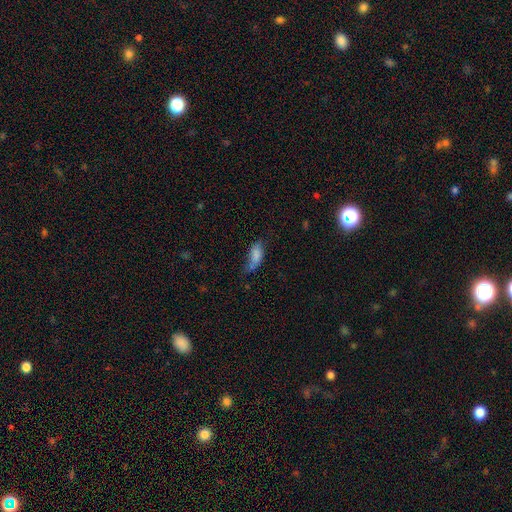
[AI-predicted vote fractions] Smooth or featured?
  - smooth: 77% *
  - featured or disk: 14%
  - star or artifact: 9%
How rounded?
  - in between: 85% *
  - cigar-shaped: 12%
  - round: 3%
Merging?
  - minor disturbance: 36% *
  - none: 34%
  - major disturbance: 23%
  - merger: 7%